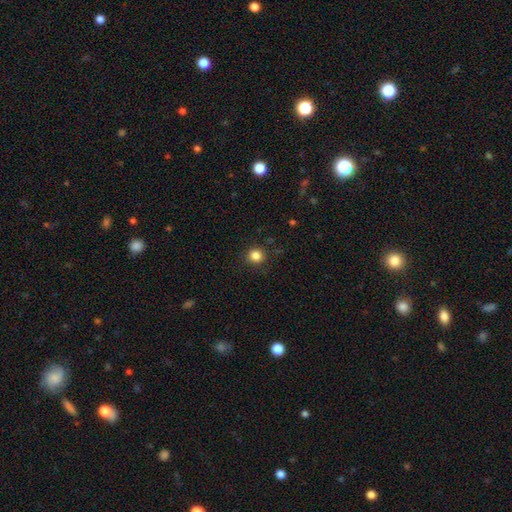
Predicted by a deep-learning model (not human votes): Smooth or featured?
  - smooth: 84% *
  - star or artifact: 12%
  - featured or disk: 4%
How rounded?
  - round: 90% *
  - in between: 9%
  - cigar-shaped: 1%
Merging?
  - none: 88% *
  - minor disturbance: 8%
  - major disturbance: 3%
  - merger: 1%